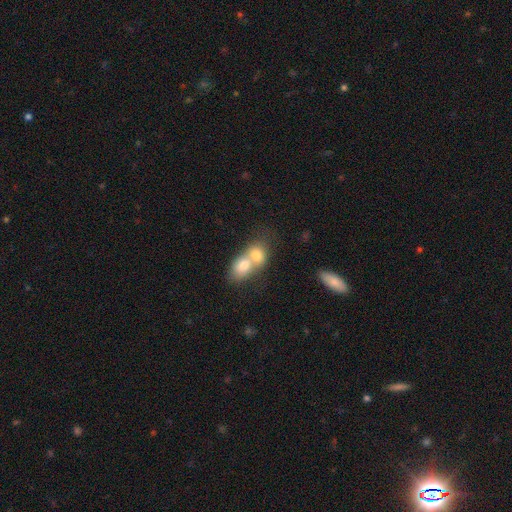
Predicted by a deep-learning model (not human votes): This appears to be a smooth galaxy with no disk features (70%) that is in between round and cigar-shaped (53%). Merging: merger (75%).